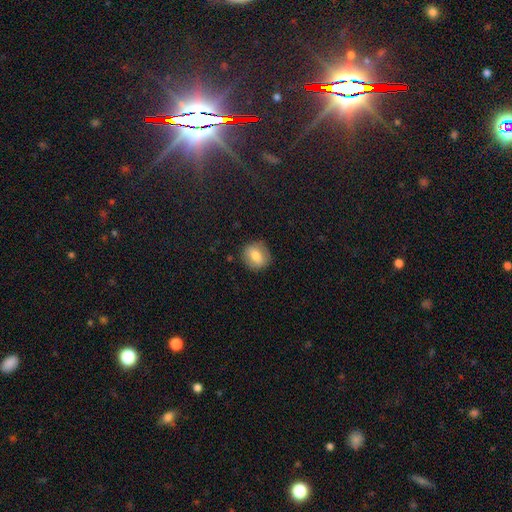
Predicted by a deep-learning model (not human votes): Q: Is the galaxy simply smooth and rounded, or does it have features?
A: smooth — 73%.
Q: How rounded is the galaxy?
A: round — 80%.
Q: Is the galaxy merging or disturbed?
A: none — 86%.